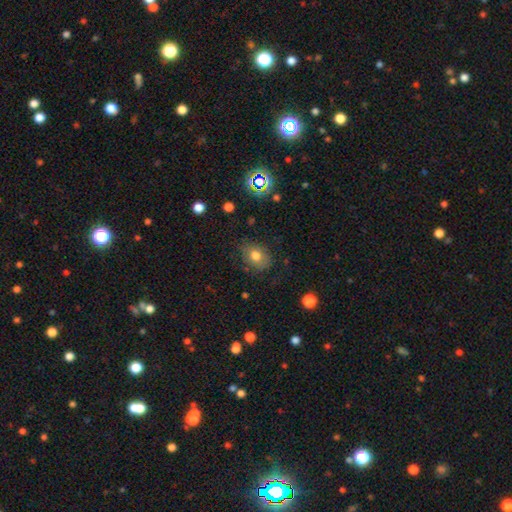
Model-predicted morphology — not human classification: This appears to be a smooth galaxy with no disk features (72%) that is in between round and cigar-shaped (61%). Merging: none (73%).